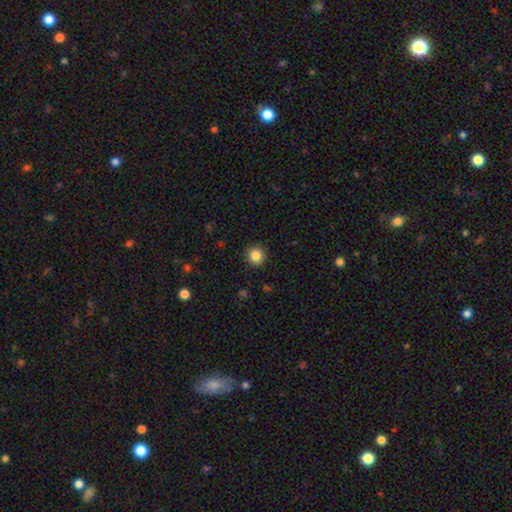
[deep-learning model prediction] This is clearly a smooth galaxy (85%). How rounded: clearly round (93%). Merging: clearly none (91%).